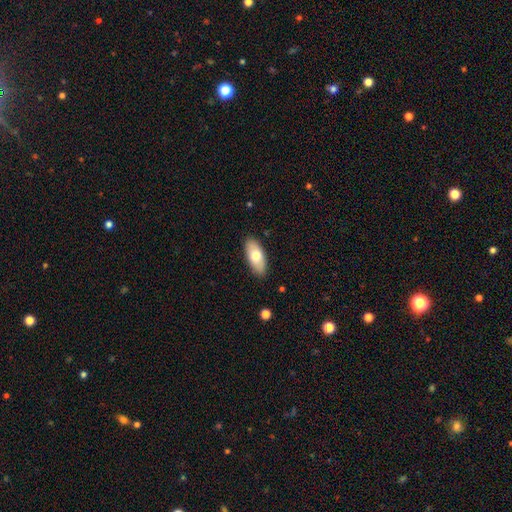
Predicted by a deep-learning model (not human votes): smooth 73%, featured or disk 21%, star or artifact 6%. Down the decision tree: how rounded — in between (88%); merging — none (88%).